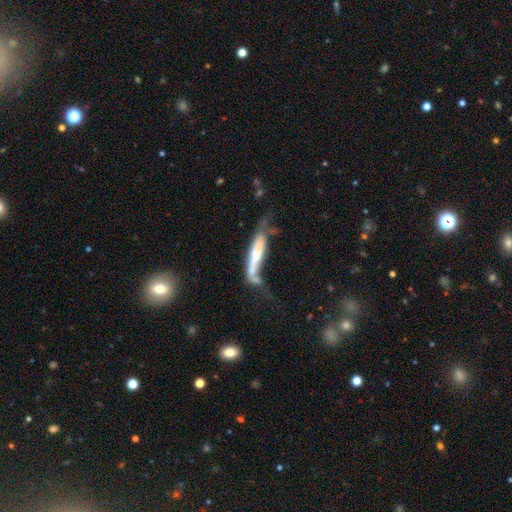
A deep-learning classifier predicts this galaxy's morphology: Smooth or featured? Predicted: featured or disk (p=0.49). Merging? Predicted: major disturbance (p=0.33).